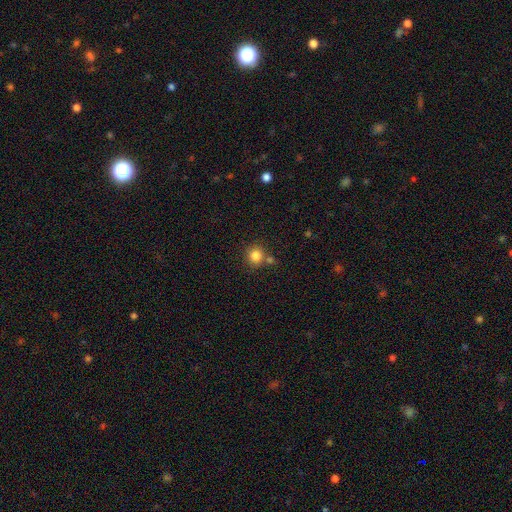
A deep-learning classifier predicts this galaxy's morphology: Smooth or featured: smooth — 83% (star or artifact — 11%)
How rounded: round — 88% (in between — 11%)
Merging: none — 70% (merger — 16%)